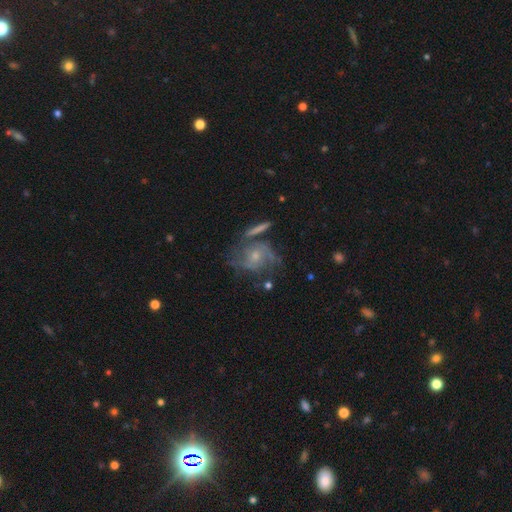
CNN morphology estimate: Smooth or featured: featured or disk — 77% (smooth — 14%)
Edge-on disk: no — 96% (yes — 4%)
Bar: no — 66% (weak — 28%)
Spiral arms: yes — 90% (no — 10%)
Spiral winding: medium — 46% (tight — 33%)
Spiral arm count: 2 — 38% (can't tell — 28%)
Bulge size: small — 56% (moderate — 36%)
Merging: none — 56% (minor disturbance — 19%)